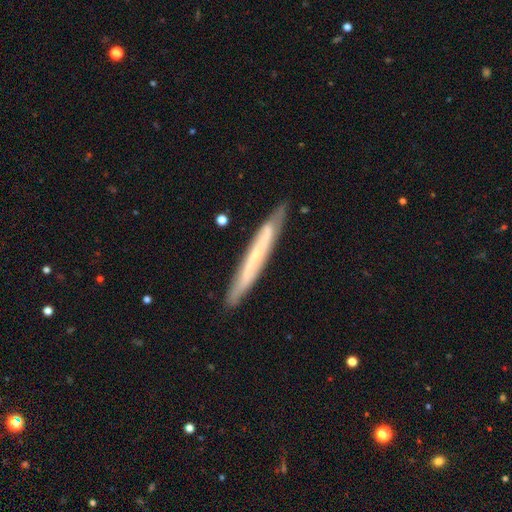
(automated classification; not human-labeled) Smooth or featured? Predicted: featured or disk (p=0.56). Edge-on disk? Predicted: yes (p=0.82). Merging? Predicted: none (p=0.84).